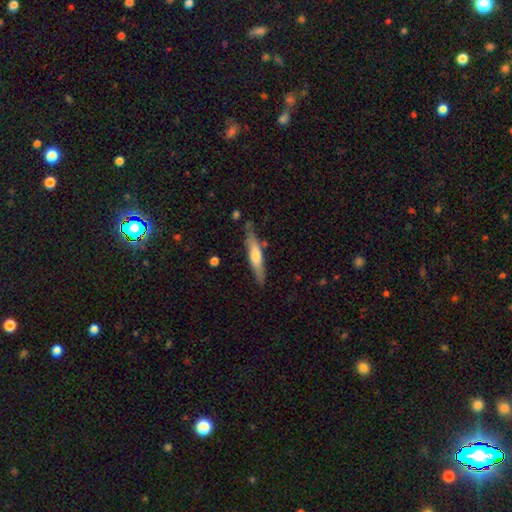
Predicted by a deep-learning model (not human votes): Morphology: type=smooth (53%); roundness=cigar-shaped (86%); merging=none (77%).